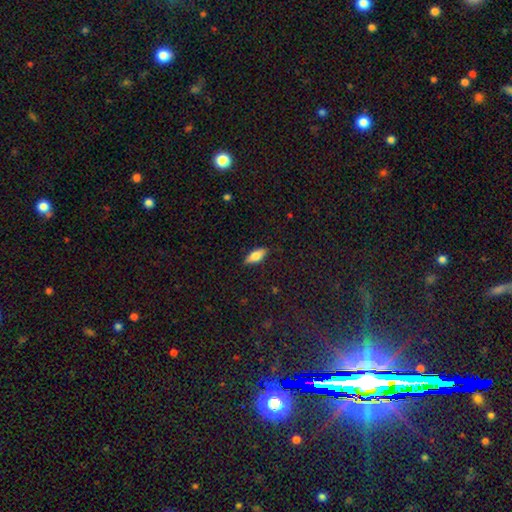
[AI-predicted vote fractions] smooth 72%, featured or disk 21%, star or artifact 7%. Down the decision tree: how rounded — in between (75%); merging — none (85%).